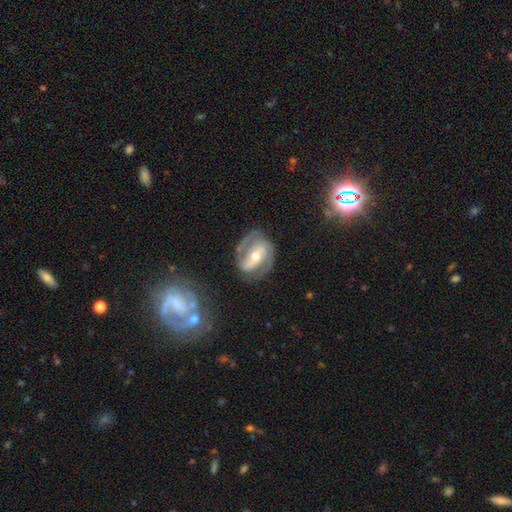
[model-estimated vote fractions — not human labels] smooth-or-featured: featured or disk: 85% | smooth: 10% | star or artifact: 6%
  disk-edge-on: no: 96% | yes: 4%
    bar: strong: 51% | weak: 31% | no: 18%
    has-spiral-arms: yes: 93% | no: 7%
      spiral-winding: medium: 47% | tight: 37% | loose: 16%
      spiral-arm-count: 2: 84% | can't tell: 6% | 3: 4% | 1: 3% | 4: 1% | more than 4: 1%
    bulge-size: moderate: 64% | small: 29% | large: 4% | none: 1% | dominant: 1%
  merging: none: 73% | minor disturbance: 16% | major disturbance: 8% | merger: 2%